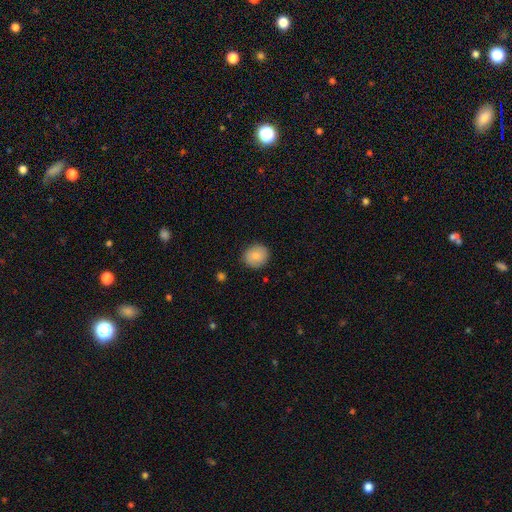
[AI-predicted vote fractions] smooth 81%, featured or disk 11%, star or artifact 8%. Down the decision tree: how rounded — round (83%); merging — none (87%).